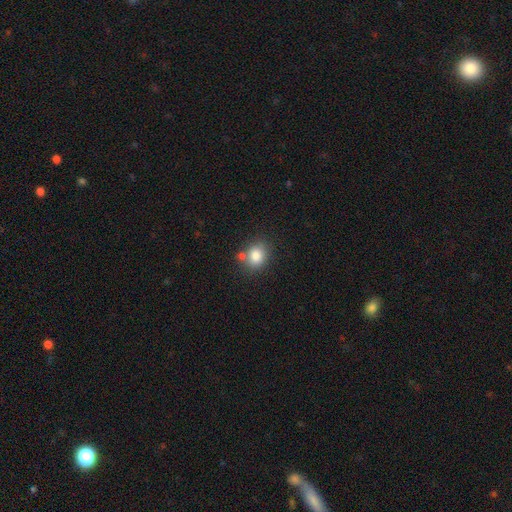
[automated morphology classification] The model was most divided on "how rounded": round: 62%, in between: 37%, cigar-shaped: 1%. More confident: smooth or featured — smooth (83%); merging — none (68%).